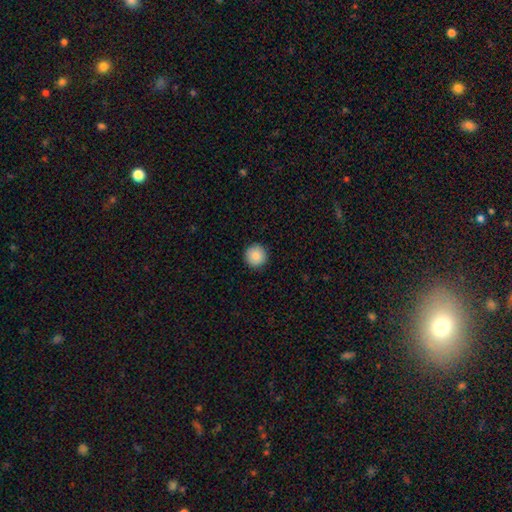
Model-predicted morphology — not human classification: The model was most divided on "smooth or featured": smooth: 85%, star or artifact: 9%, featured or disk: 7%. More confident: how rounded — round (96%); merging — none (93%).